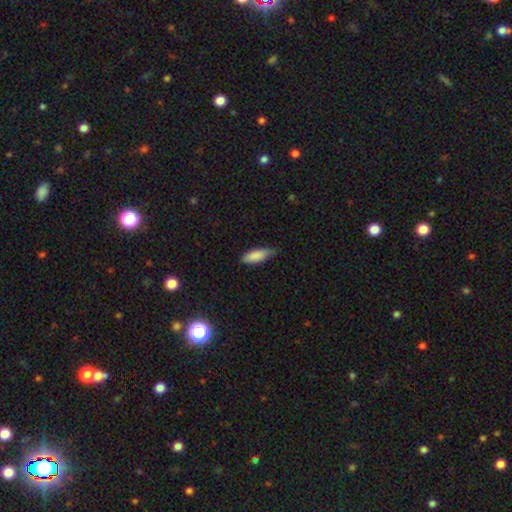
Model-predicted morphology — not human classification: smooth-or-featured: smooth: 85% | featured or disk: 9% | star or artifact: 6%
  how-rounded: in between: 63% | cigar-shaped: 35% | round: 2%
  merging: none: 63% | minor disturbance: 31% | major disturbance: 4% | merger: 1%